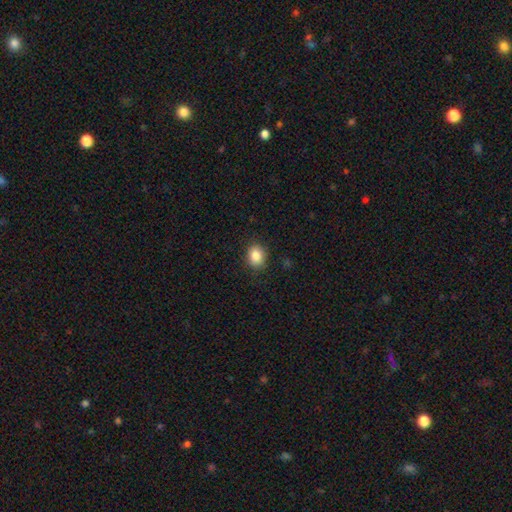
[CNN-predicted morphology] The model was most divided on "how rounded": in between: 52%, round: 47%, cigar-shaped: 1%. More confident: merging — none (87%); smooth or featured — smooth (86%).